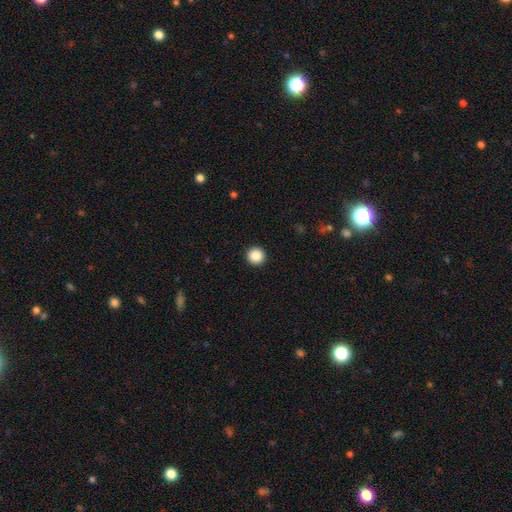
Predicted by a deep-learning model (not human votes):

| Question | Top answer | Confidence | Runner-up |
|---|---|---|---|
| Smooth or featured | smooth | 87% | star or artifact (10%) |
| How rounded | round | 96% | in between (3%) |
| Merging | none | 94% | minor disturbance (4%) |